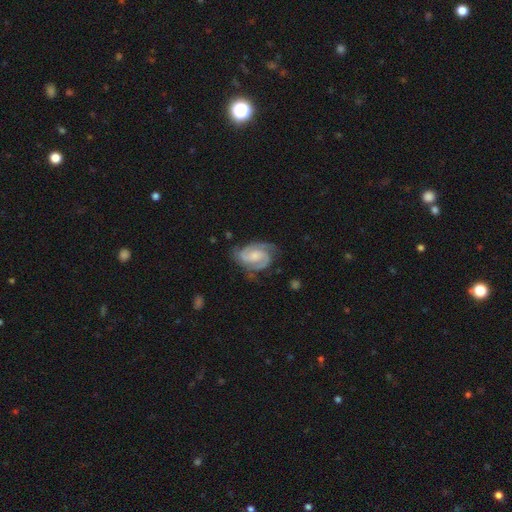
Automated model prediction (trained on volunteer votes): Smooth or featured? featured or disk (87%)
Edge-on disk? no (98%)
Bar? no (51%)
Spiral arms? yes (97%)
Spiral winding? medium (48%)
Spiral arm count? 2 (77%)
Bulge size? moderate (41%)
Merging? none (66%)